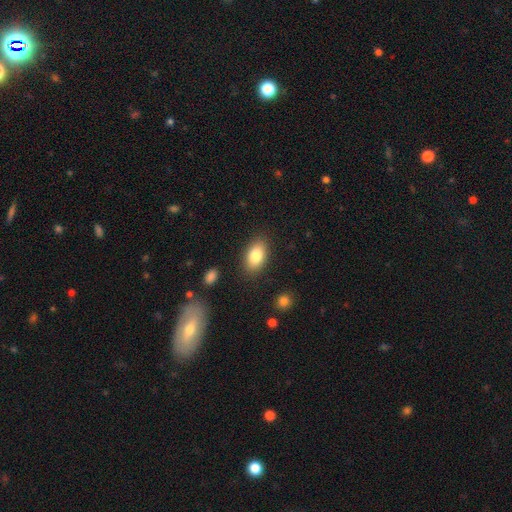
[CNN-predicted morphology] A smooth galaxy with no disk features (83%) that is in between round and cigar-shaped (91%).

Vote fractions:
- Smooth or featured? smooth: 83% / featured or disk: 10% / star or artifact: 7%
- How rounded? in between: 91% / round: 7% / cigar-shaped: 2%
- Merging? none: 86% / minor disturbance: 10% / major disturbance: 3% / merger: 1%